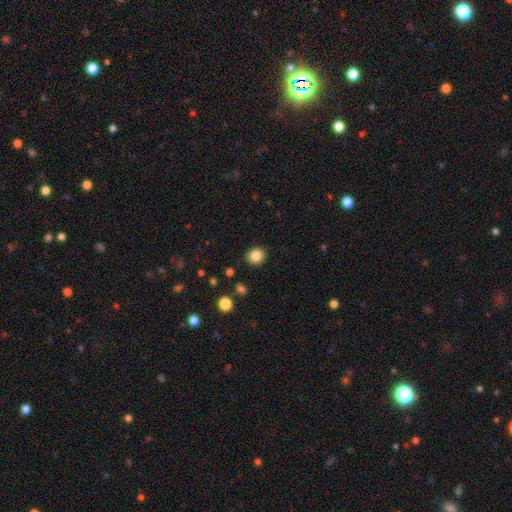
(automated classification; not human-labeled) Morphology: type=smooth (85%); roundness=round (75%); merging=none (89%).